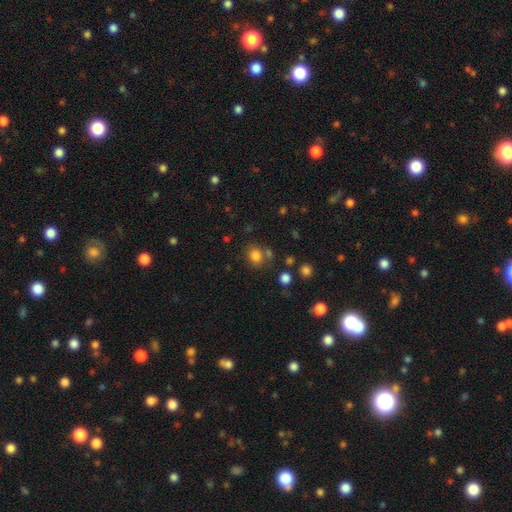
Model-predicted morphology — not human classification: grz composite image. It shows a smooth galaxy with no disk features (80%) that is round (74%). Merging: none (71%).